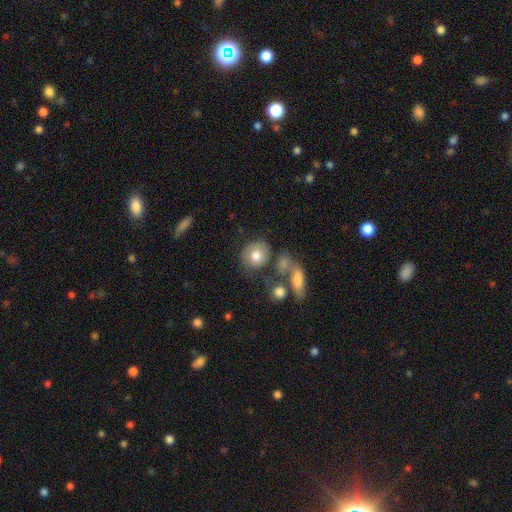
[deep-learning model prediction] Overall: smooth (76%). How rounded: round (70%). Merging: none (61%).